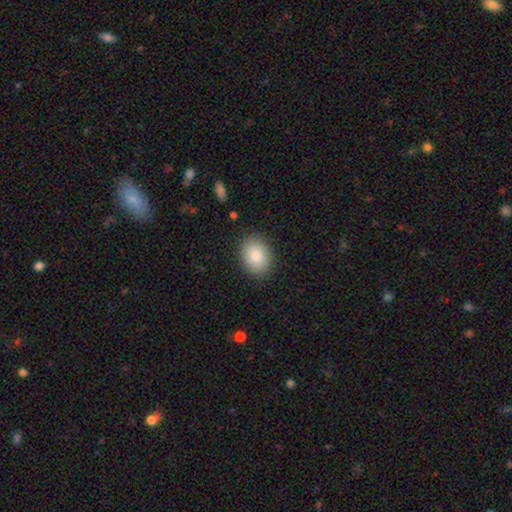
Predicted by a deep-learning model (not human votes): Smooth or featured?
  - smooth: 85% *
  - featured or disk: 8%
  - star or artifact: 8%
How rounded?
  - in between: 61% *
  - round: 38%
  - cigar-shaped: 1%
Merging?
  - none: 87% *
  - minor disturbance: 9%
  - major disturbance: 3%
  - merger: 1%